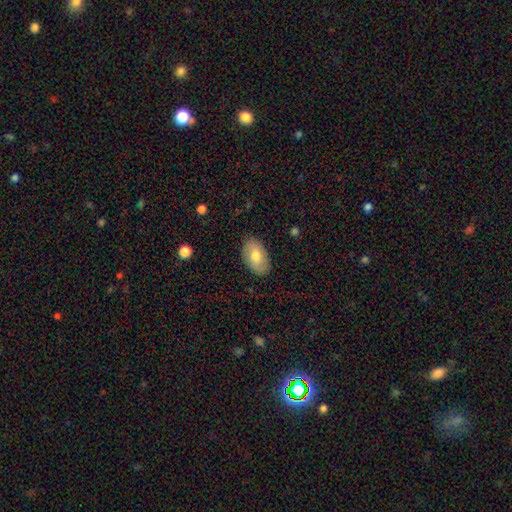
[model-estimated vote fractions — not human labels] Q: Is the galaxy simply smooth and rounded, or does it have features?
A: smooth — 73%.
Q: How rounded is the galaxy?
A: in between — 93%.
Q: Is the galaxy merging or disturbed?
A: none — 86%.